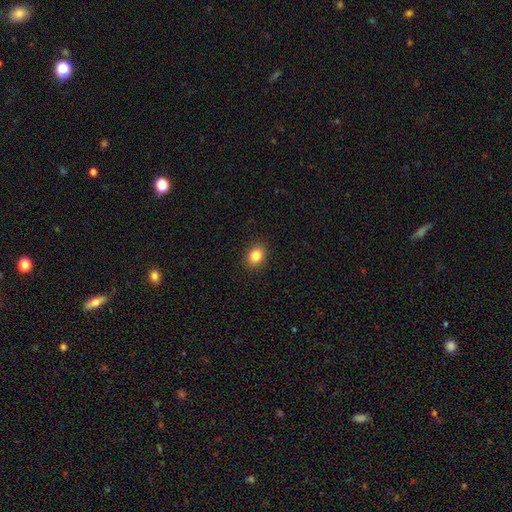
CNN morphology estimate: This appears to be a smooth galaxy with no disk features (85%) that is in between round and cigar-shaped (59%). Merging: none (90%).